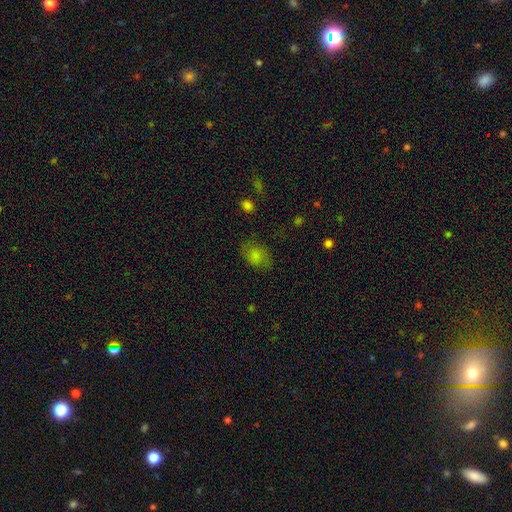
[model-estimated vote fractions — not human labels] The model was most divided on "how rounded": in between: 66%, round: 33%, cigar-shaped: 1%. More confident: smooth or featured — smooth (74%); merging — none (69%).